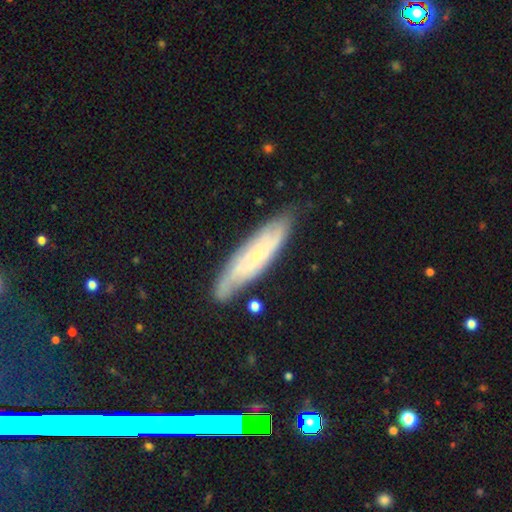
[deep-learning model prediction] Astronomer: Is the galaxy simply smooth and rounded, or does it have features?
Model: featured or disk — 65%.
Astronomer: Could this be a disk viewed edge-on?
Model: no — 66%.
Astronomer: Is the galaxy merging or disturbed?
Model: none — 79%.